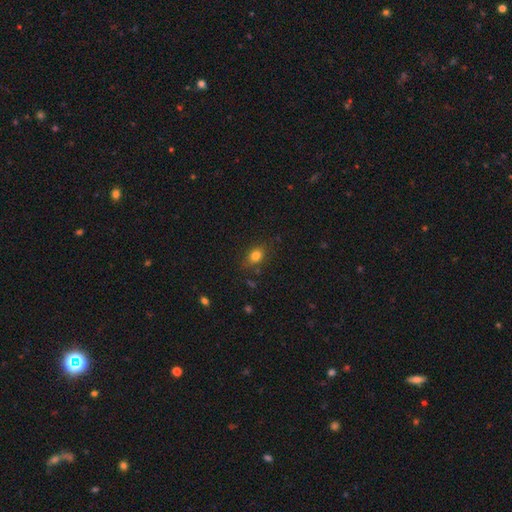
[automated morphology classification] smooth_or_featured: smooth (p=0.79) [alt: star or artifact p=0.12]
how_rounded: in between (p=0.66) [alt: round p=0.32]
merging: none (p=0.80) [alt: minor disturbance p=0.15]